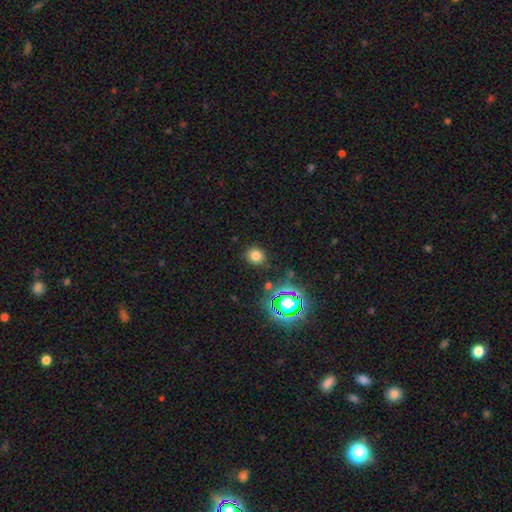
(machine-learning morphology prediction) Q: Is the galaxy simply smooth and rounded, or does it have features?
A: smooth — 72%.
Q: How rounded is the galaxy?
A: round — 73%.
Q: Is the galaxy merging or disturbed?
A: none — 85%.